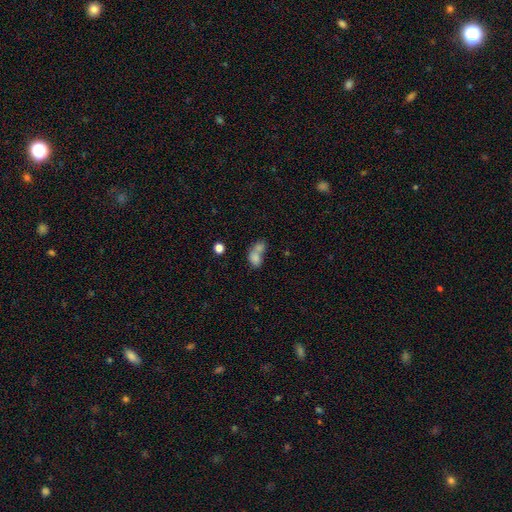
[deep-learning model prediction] smooth_or_featured: smooth (p=0.75) [alt: featured or disk p=0.15]
how_rounded: in between (p=0.68) [alt: round p=0.30]
merging: merger (p=0.68) [alt: none p=0.19]